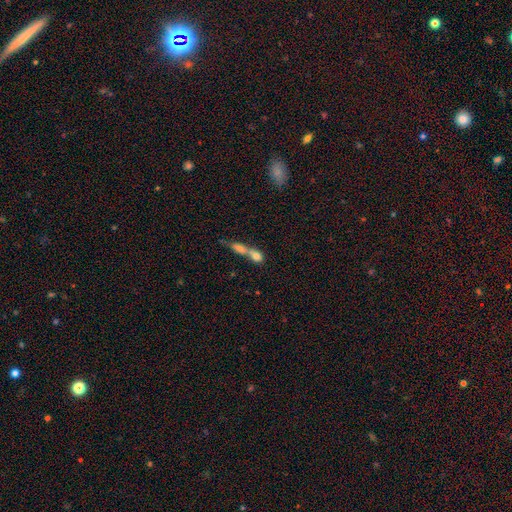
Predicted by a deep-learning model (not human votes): Smooth or featured? smooth (70%)
How rounded? in between (43%)
Merging? merger (71%)